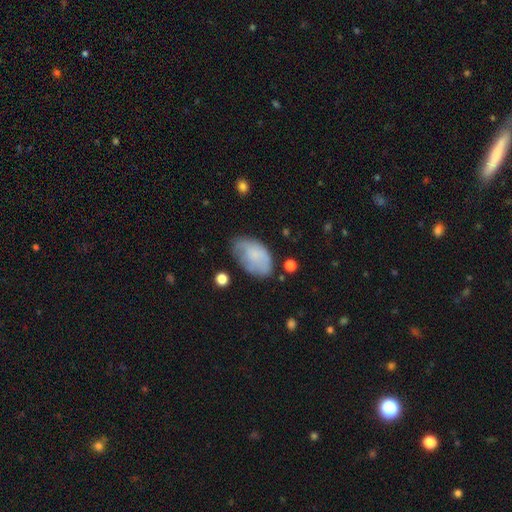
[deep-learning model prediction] smooth_or_featured: smooth (p=0.67) [alt: featured or disk p=0.26]
how_rounded: in between (p=0.91) [alt: round p=0.07]
merging: none (p=0.48) [alt: minor disturbance p=0.34]